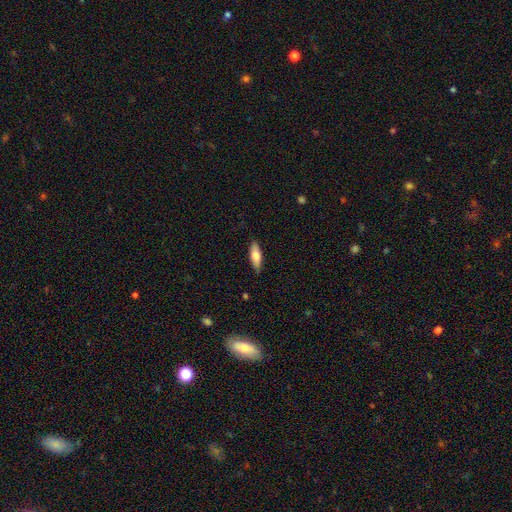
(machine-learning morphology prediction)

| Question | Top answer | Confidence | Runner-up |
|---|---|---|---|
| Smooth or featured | smooth | 69% | featured or disk (25%) |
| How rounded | in between | 56% | cigar-shaped (42%) |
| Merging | none | 86% | minor disturbance (11%) |